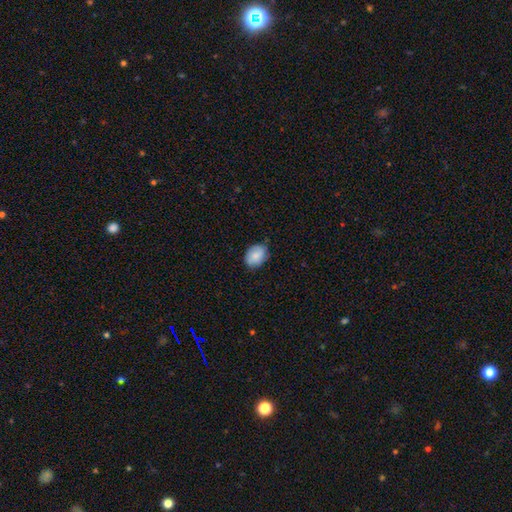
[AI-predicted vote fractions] Smooth or featured? smooth (73%)
How rounded? in between (60%)
Merging? none (74%)